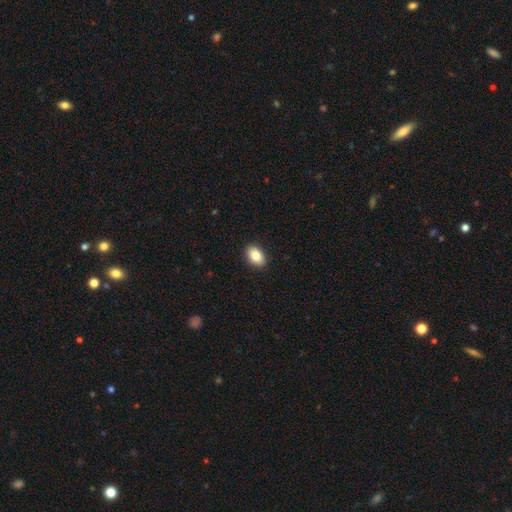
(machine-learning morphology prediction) This is clearly a smooth galaxy (84%). How rounded: clearly in between (86%). Merging: clearly none (91%).